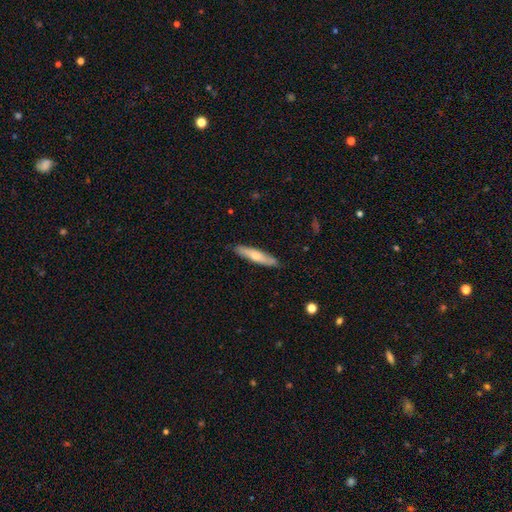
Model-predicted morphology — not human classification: A smooth galaxy with no disk features (61%) that is cigar-shaped (83%).

Vote fractions:
- Smooth or featured? smooth: 61% / featured or disk: 33% / star or artifact: 5%
- How rounded? cigar-shaped: 83% / in between: 16% / round: 2%
- Merging? none: 86% / minor disturbance: 11% / major disturbance: 2% / merger: 1%